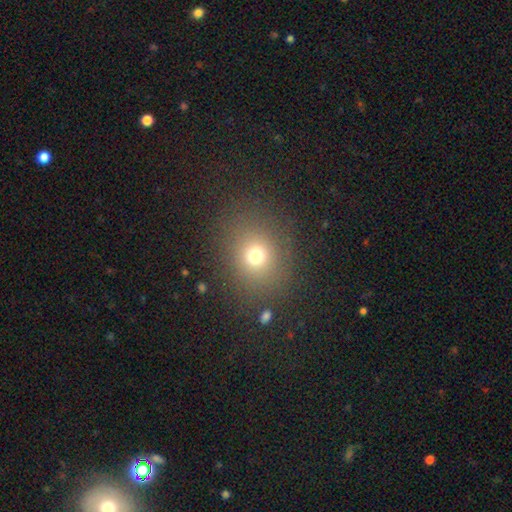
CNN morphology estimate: smooth 71%, star or artifact 19%, featured or disk 10%. Down the decision tree: how rounded — round (68%); merging — none (82%).